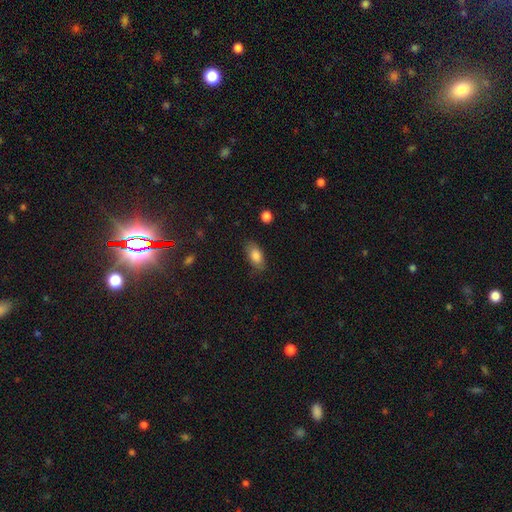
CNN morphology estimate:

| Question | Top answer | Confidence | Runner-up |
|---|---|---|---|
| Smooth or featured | smooth | 84% | featured or disk (9%) |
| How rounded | in between | 88% | cigar-shaped (7%) |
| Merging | none | 77% | minor disturbance (17%) |